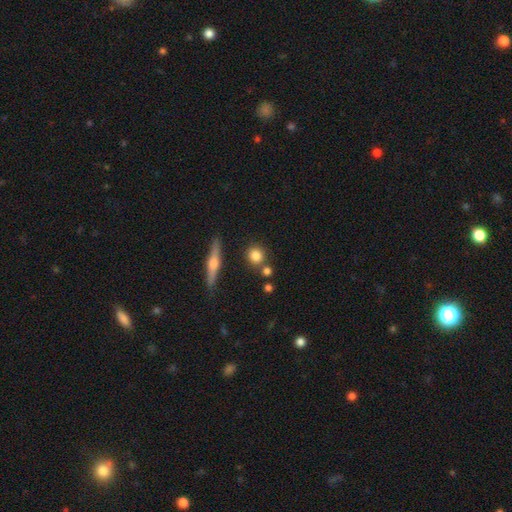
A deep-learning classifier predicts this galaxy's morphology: Q: Smooth or featured?
A: smooth (79%); runner-up: featured or disk (12%)
Q: How rounded?
A: round (84%); runner-up: in between (12%)
Q: Merging?
A: none (76%); runner-up: merger (11%)